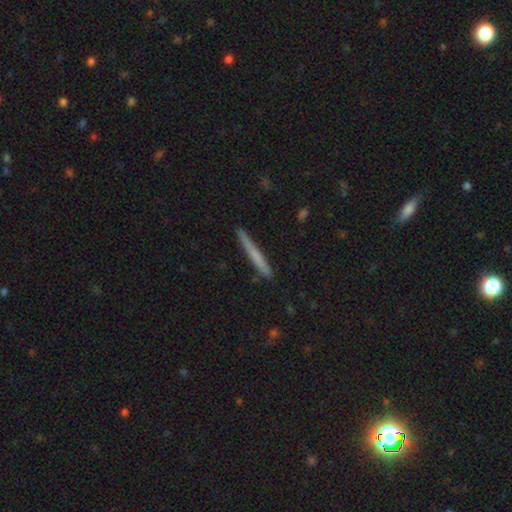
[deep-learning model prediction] smooth 62%, featured or disk 33%, star or artifact 6%. Down the decision tree: how rounded — cigar-shaped (97%); merging — none (89%).